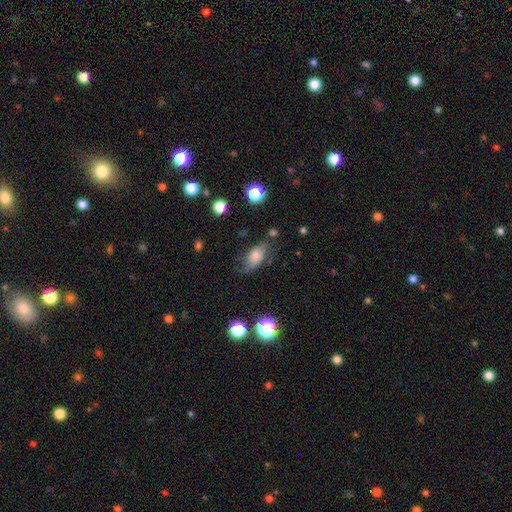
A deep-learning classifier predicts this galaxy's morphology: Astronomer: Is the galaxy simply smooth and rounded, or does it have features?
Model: smooth — 61%.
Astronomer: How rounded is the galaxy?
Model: in between — 84%.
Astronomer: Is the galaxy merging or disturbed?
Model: none — 59%.